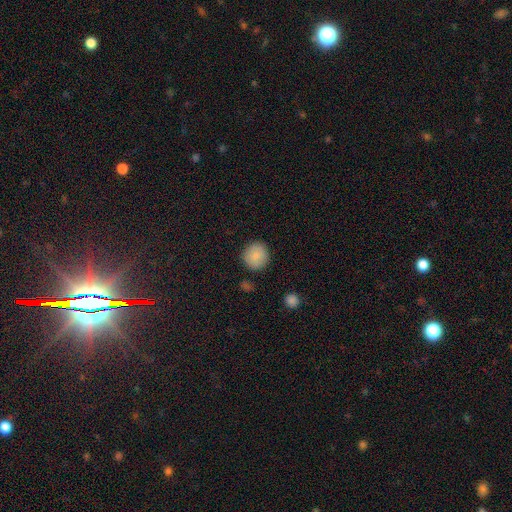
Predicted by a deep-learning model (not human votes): This appears to be a smooth galaxy with no disk features (85%) that is round (89%). Merging: none (87%).